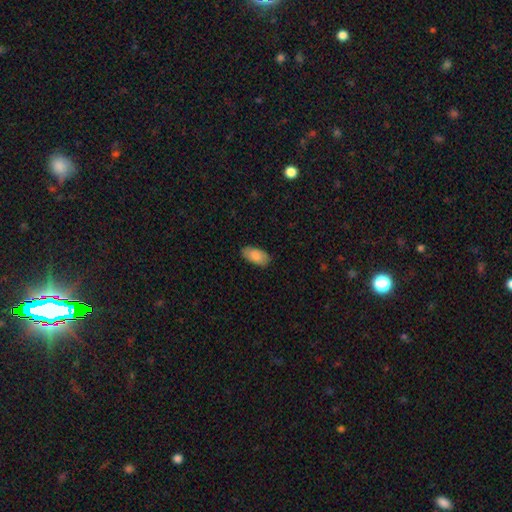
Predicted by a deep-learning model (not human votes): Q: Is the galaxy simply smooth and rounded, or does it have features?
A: smooth — 87%.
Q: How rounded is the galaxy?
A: in between — 93%.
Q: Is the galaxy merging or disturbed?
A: none — 85%.